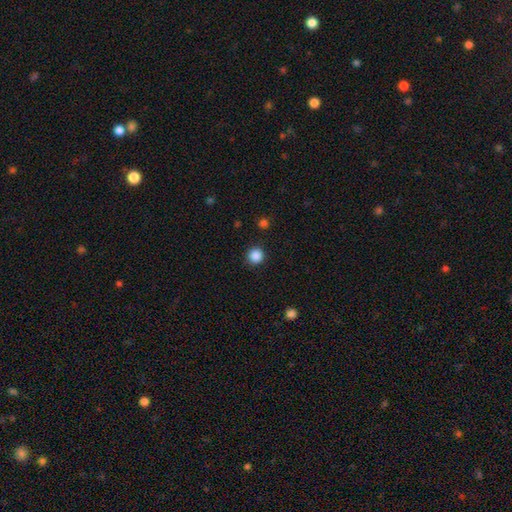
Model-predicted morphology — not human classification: This is clearly a smooth galaxy (87%). How rounded: clearly round (95%). Merging: clearly none (91%).